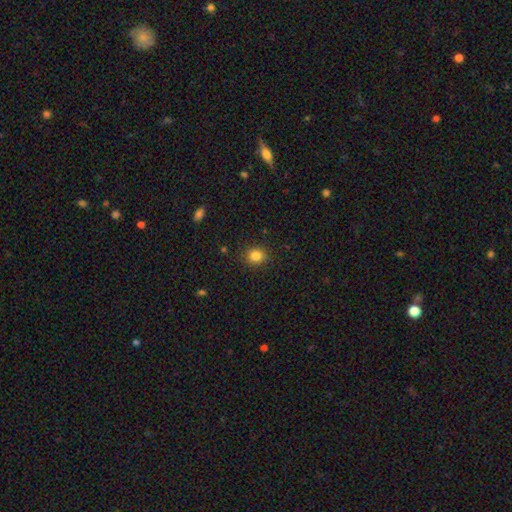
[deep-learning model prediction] The model was most divided on "how rounded": round: 71%, in between: 28%, cigar-shaped: 1%. More confident: merging — none (87%); smooth or featured — smooth (84%).